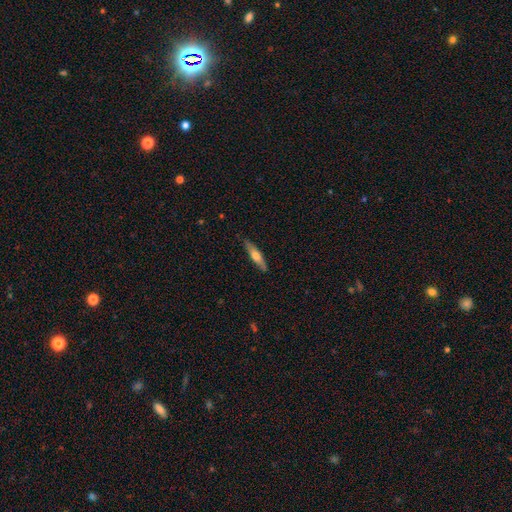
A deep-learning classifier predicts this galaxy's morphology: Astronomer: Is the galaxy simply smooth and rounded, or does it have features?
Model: smooth — 52% (runner-up: featured or disk, 42%).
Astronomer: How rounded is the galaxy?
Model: cigar-shaped — 82%.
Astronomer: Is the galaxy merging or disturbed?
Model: none — 87%.